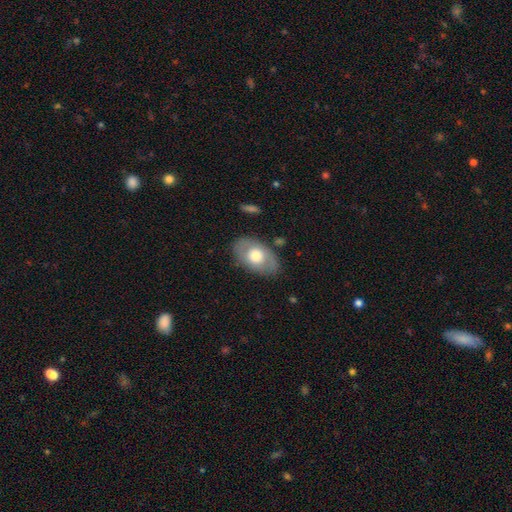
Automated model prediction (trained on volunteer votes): This is possibly a smooth galaxy (58%). How rounded: clearly in between (86%). Merging: likely none (79%).